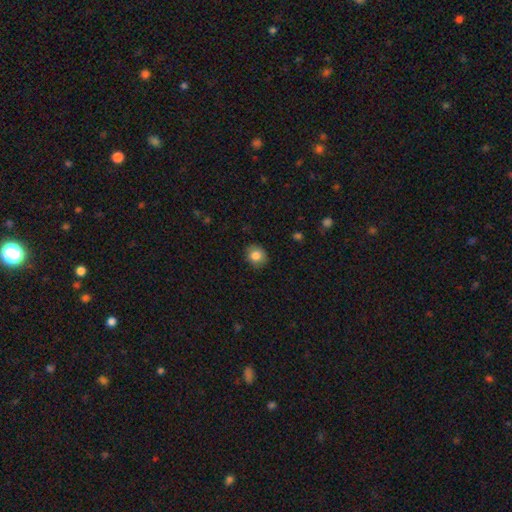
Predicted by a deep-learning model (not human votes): Smooth or featured? Predicted: smooth (p=0.83). How rounded? Predicted: round (p=0.75). Merging? Predicted: none (p=0.86).